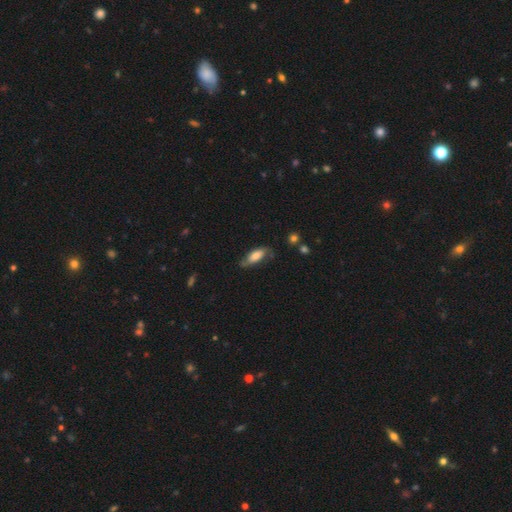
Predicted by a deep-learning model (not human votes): smooth-or-featured: smooth: 53% | featured or disk: 40% | star or artifact: 7%
  how-rounded: in between: 76% | cigar-shaped: 21% | round: 3%
  merging: none: 61% | minor disturbance: 27% | major disturbance: 10% | merger: 2%